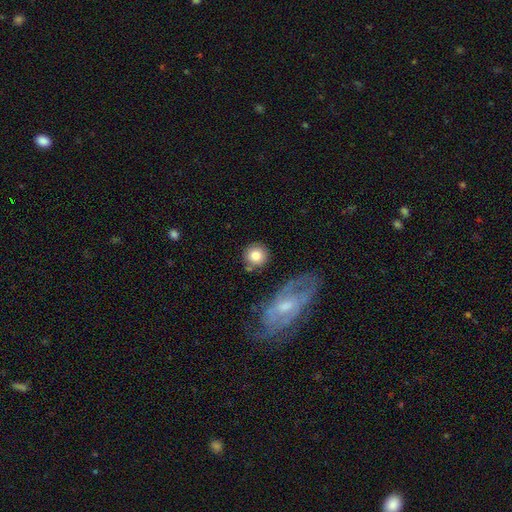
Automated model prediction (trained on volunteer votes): smooth-or-featured: smooth: 79% | featured or disk: 14% | star or artifact: 8%
  how-rounded: round: 91% | in between: 8% | cigar-shaped: 1%
  merging: none: 77% | minor disturbance: 10% | merger: 9% | major disturbance: 4%